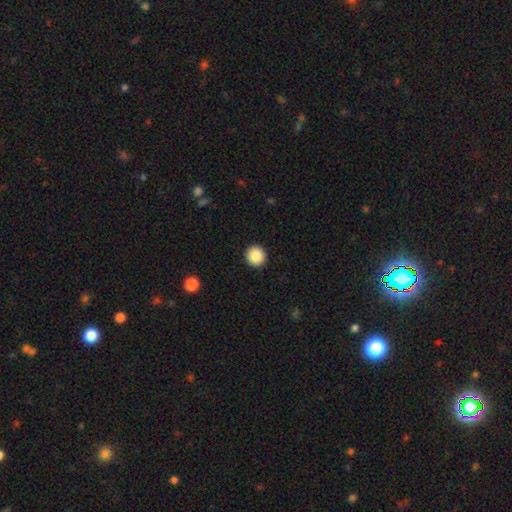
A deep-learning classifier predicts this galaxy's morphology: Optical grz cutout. It shows a smooth galaxy with no disk features (87%) that is round (94%). Merging: none (93%).